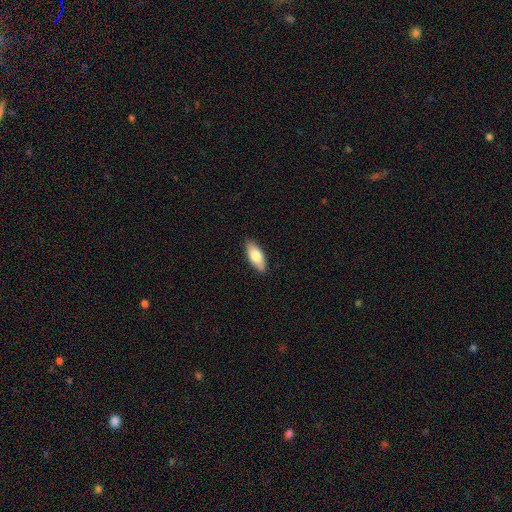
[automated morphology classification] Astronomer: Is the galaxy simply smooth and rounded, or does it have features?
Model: smooth — 75%.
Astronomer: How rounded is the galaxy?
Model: in between — 79%.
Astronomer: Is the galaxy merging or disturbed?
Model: none — 88%.